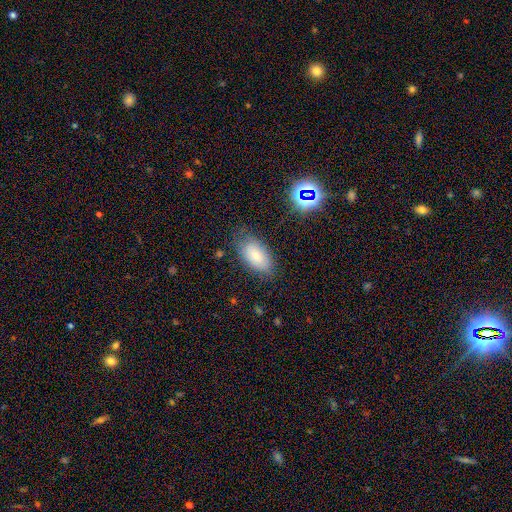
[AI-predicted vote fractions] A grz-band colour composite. It shows a smooth galaxy with no disk features (79%) that is in between round and cigar-shaped (93%). Merging: none (72%).